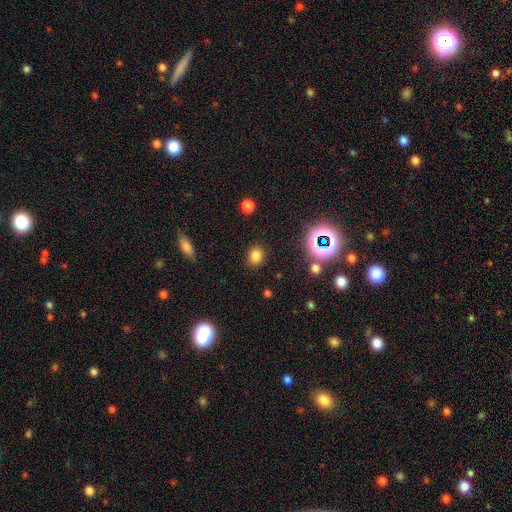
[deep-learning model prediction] Smooth or featured: smooth — 77% (star or artifact — 17%)
How rounded: round — 65% (in between — 34%)
Merging: none — 88% (minor disturbance — 8%)